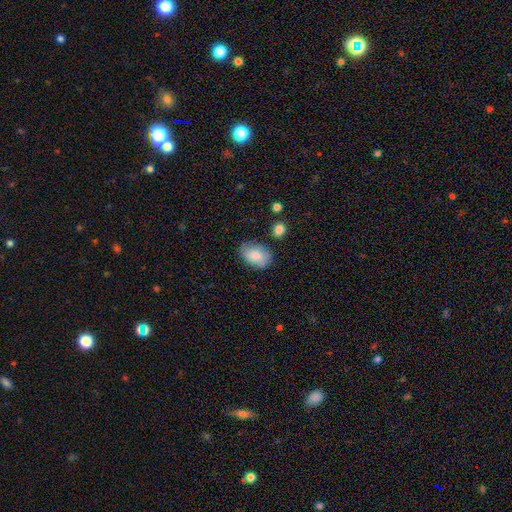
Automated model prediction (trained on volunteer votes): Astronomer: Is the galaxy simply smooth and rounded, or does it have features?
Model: smooth — 78%.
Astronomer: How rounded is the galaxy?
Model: in between — 84%.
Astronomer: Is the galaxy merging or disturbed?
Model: none — 70%.